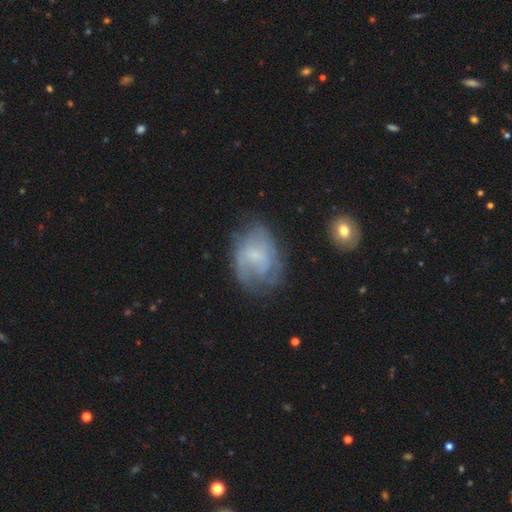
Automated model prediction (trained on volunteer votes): Smooth or featured? featured or disk (58%)
Edge-on disk? no (97%)
Bar? no (58%)
Spiral arms? yes (65%)
Bulge size? small (54%)
Merging? none (52%)